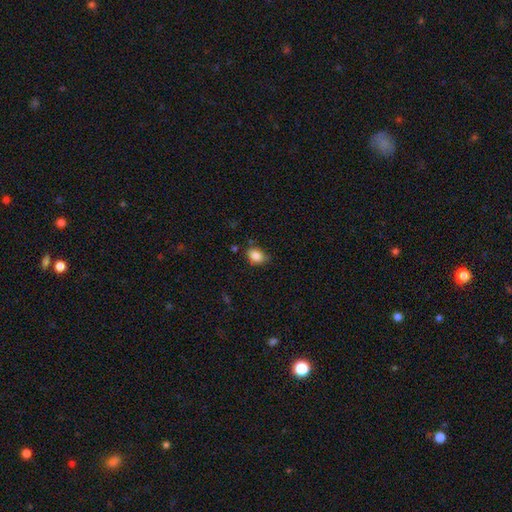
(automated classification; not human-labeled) A smooth galaxy with no disk features (85%) that is in between round and cigar-shaped (66%).

Vote fractions:
- Smooth or featured? smooth: 85% / star or artifact: 9% / featured or disk: 5%
- How rounded? in between: 66% / round: 33% / cigar-shaped: 1%
- Merging? none: 72% / minor disturbance: 22% / major disturbance: 4% / merger: 3%